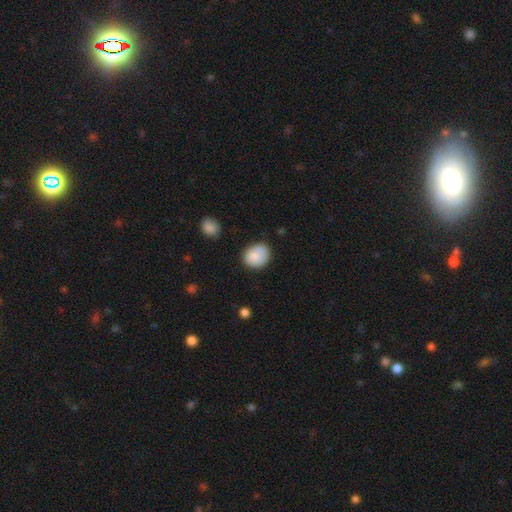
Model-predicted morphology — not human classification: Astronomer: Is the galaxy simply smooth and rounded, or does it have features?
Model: smooth — 86%.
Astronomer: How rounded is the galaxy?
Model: round — 61% (runner-up: in between, 39%).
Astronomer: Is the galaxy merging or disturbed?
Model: none — 73%.